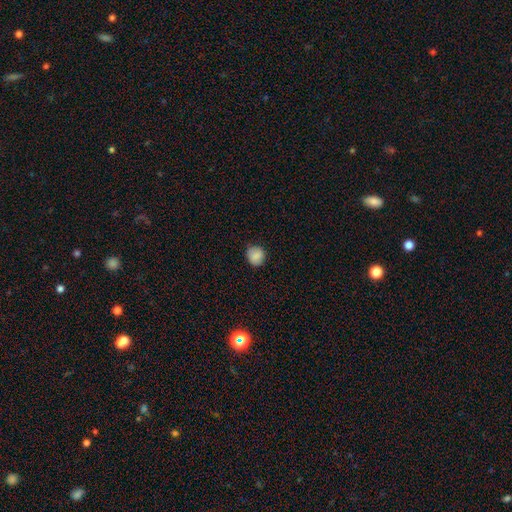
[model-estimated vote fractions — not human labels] A smooth galaxy with no disk features (87%) that is round (82%). Merging: none (82%).